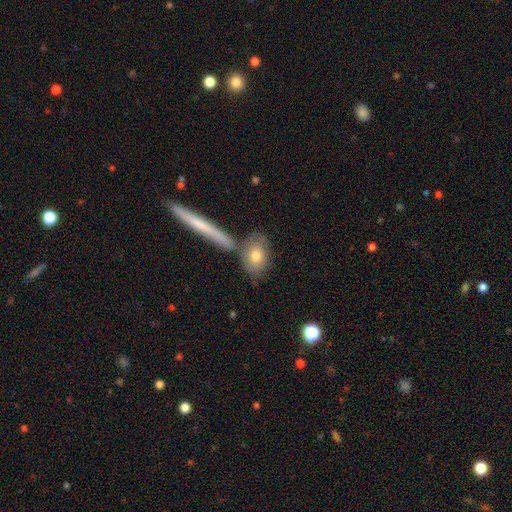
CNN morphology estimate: smooth_or_featured: smooth (p=0.73) [alt: featured or disk p=0.21]
how_rounded: in between (p=0.70) [alt: round p=0.18]
merging: none (p=0.63) [alt: merger p=0.19]